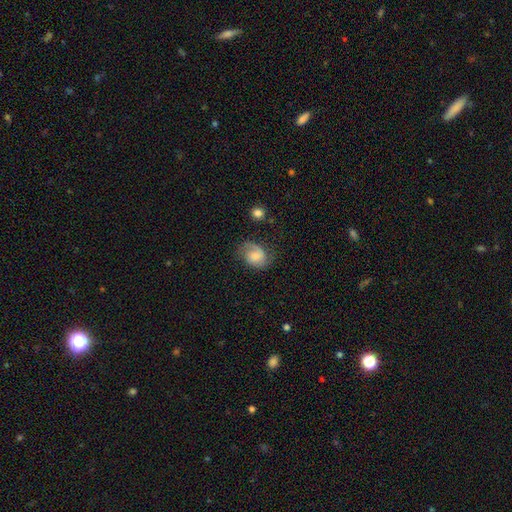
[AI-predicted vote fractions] This is possibly a smooth galaxy (46%). Merging: possibly none (57%).